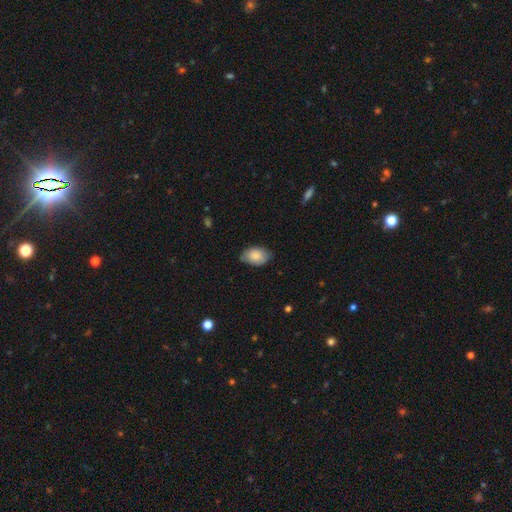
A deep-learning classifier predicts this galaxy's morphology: A smooth galaxy with no disk features (84%) that is in between round and cigar-shaped (90%). Merging: none (74%).